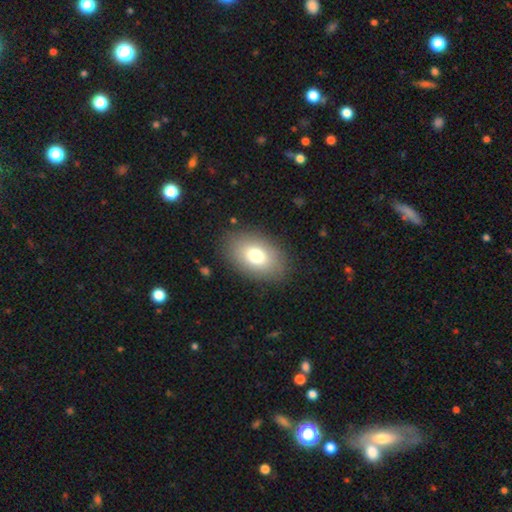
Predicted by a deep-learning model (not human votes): A smooth galaxy with no disk features (74%) that is in between round and cigar-shaped (84%). Merging: none (85%).